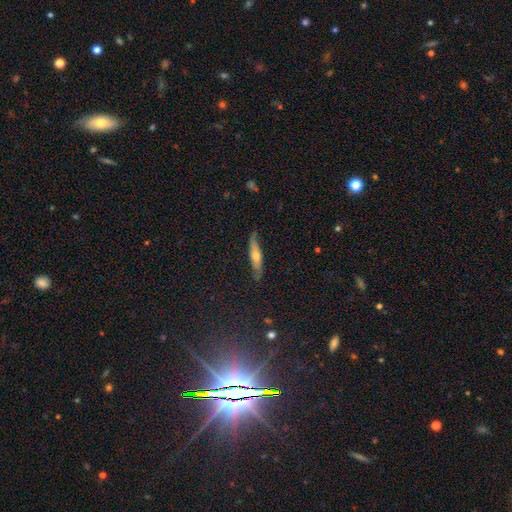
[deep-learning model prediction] smooth_or_featured: smooth (p=0.47) [alt: featured or disk p=0.46]
merging: none (p=0.78) [alt: minor disturbance p=0.18]